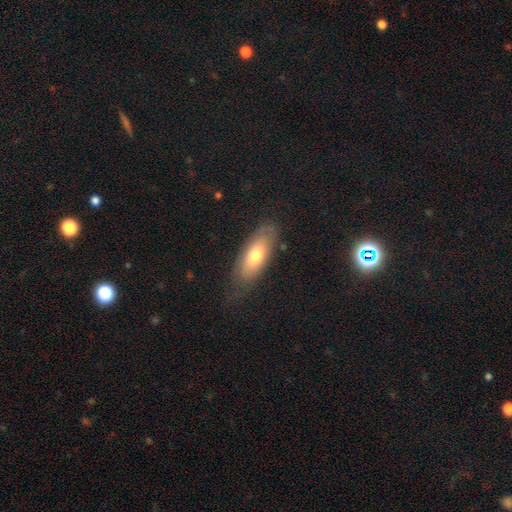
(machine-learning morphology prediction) Smooth or featured?
  - smooth: 68% *
  - featured or disk: 26%
  - star or artifact: 6%
How rounded?
  - in between: 79% *
  - cigar-shaped: 19%
  - round: 2%
Merging?
  - none: 75% *
  - minor disturbance: 19%
  - major disturbance: 5%
  - merger: 1%